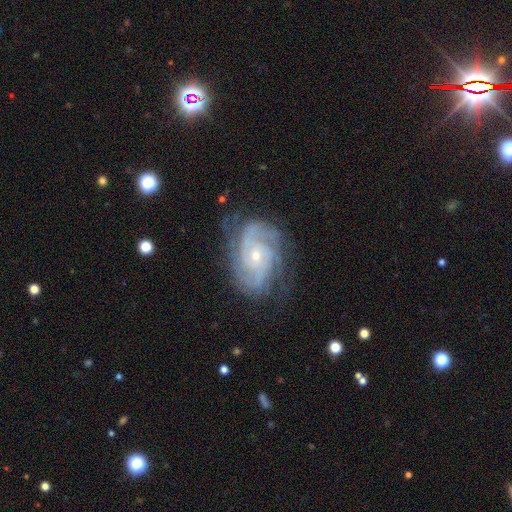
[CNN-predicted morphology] Overall: featured or disk (89%). Edge-on disk: no (97%). Bar: no (68%). Spiral arms: yes (98%). Spiral arm count: 2 (38%; 3 28%). Spiral winding: tight (59%; medium 35%). Bulge size: small (67%; moderate 30%). Merging: none (72%).